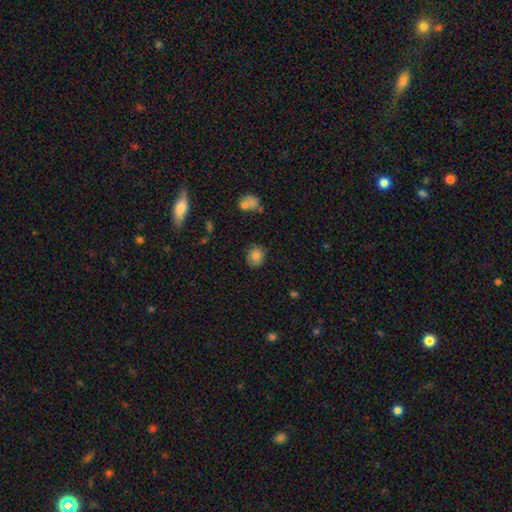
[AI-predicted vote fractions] This is clearly a smooth galaxy (83%). How rounded: likely round (68%). Merging: clearly none (81%).